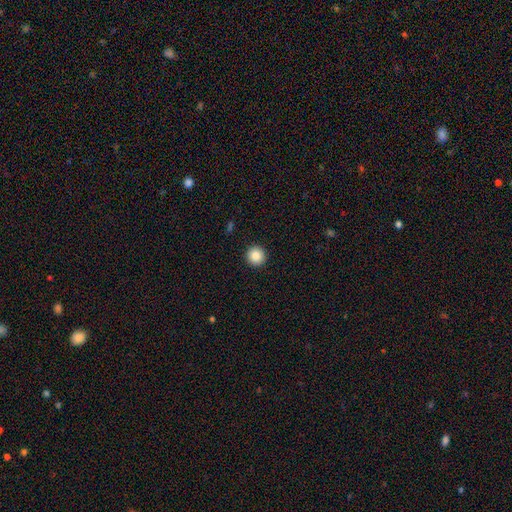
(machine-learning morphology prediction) This appears to be a smooth galaxy with no disk features (86%) that is round (96%). Merging: none (93%).